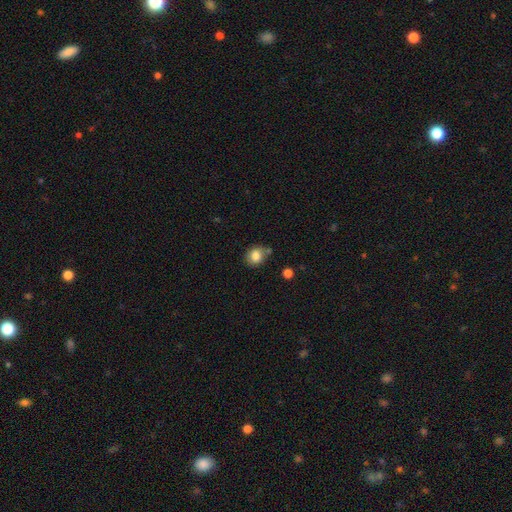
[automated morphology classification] This appears to be a smooth galaxy with no disk features (82%) that is round (64%). Merging: none (71%).